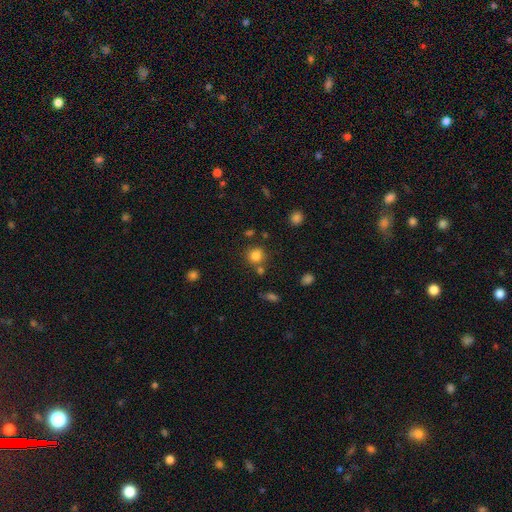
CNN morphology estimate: Overall: smooth (81%). How rounded: round (87%). Merging: none (73%).